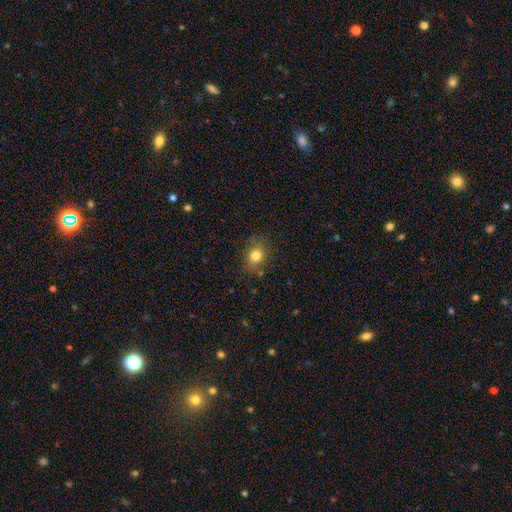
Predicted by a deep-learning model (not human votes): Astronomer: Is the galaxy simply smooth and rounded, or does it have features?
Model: smooth — 80%.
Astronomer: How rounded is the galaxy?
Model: round — 64%.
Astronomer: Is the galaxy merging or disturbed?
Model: none — 80%.